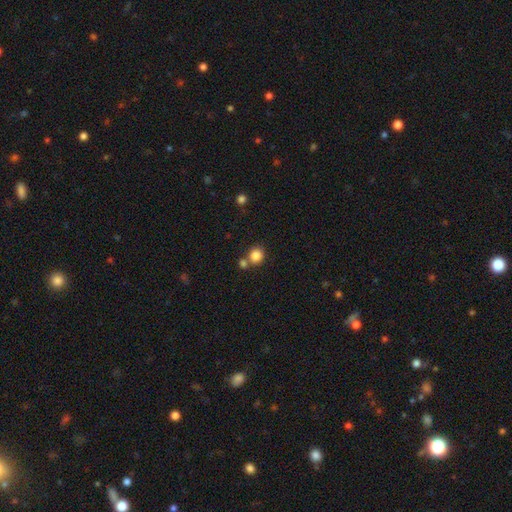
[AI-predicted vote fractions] Smooth or featured: smooth — 84% (star or artifact — 10%)
How rounded: round — 82% (in between — 17%)
Merging: none — 62% (merger — 26%)